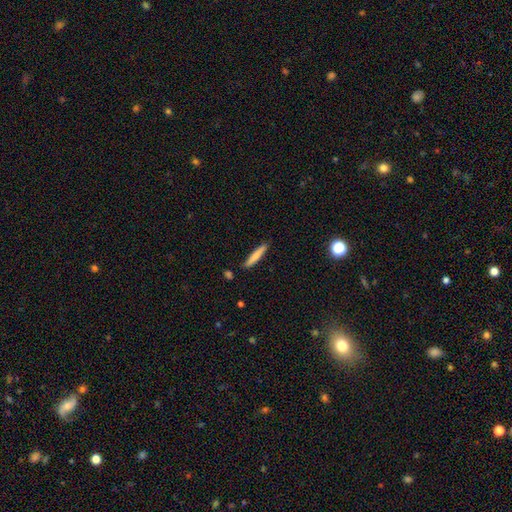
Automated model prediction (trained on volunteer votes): smooth-or-featured: smooth: 74% | featured or disk: 20% | star or artifact: 6%
  how-rounded: cigar-shaped: 92% | in between: 7% | round: 1%
  merging: none: 86% | minor disturbance: 10% | merger: 2% | major disturbance: 2%